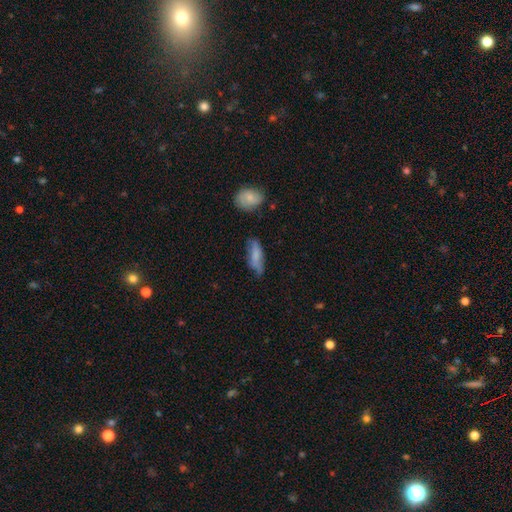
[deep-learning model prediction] smooth 70%, featured or disk 23%, star or artifact 8%. Down the decision tree: how rounded — in between (63%); merging — none (53%).